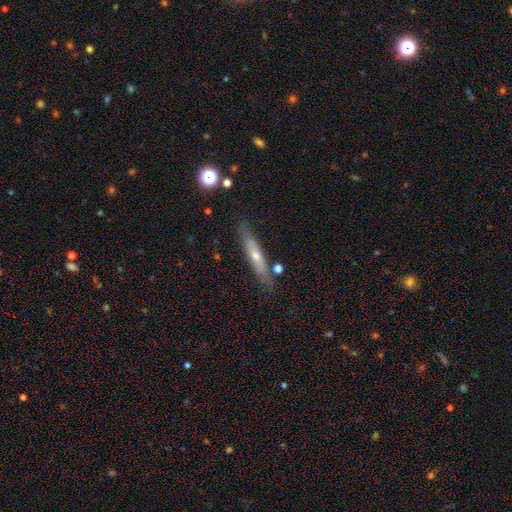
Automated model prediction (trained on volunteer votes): featured or disk 52%, smooth 41%, star or artifact 7%. Down the decision tree: edge-on disk — yes (82%); merging — none (79%).